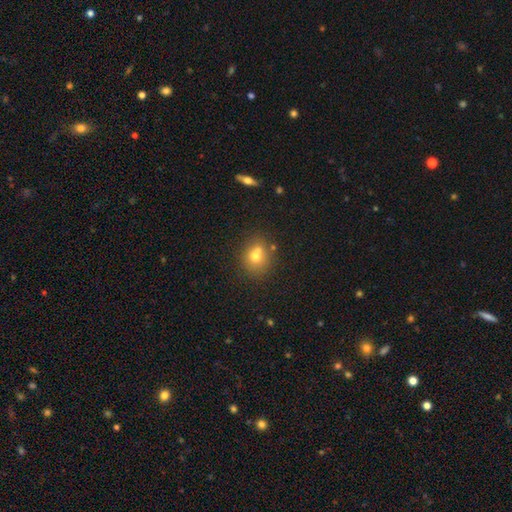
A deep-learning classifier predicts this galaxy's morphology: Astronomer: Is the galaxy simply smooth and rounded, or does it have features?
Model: smooth — 67%.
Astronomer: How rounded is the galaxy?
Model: round — 71%.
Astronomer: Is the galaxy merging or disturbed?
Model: none — 52% (runner-up: merger, 31%).